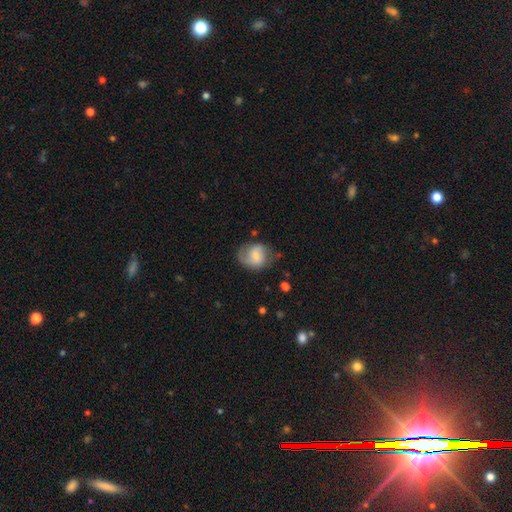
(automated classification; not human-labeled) Smooth or featured? Predicted: featured or disk (p=0.48). Merging? Predicted: none (p=0.58).